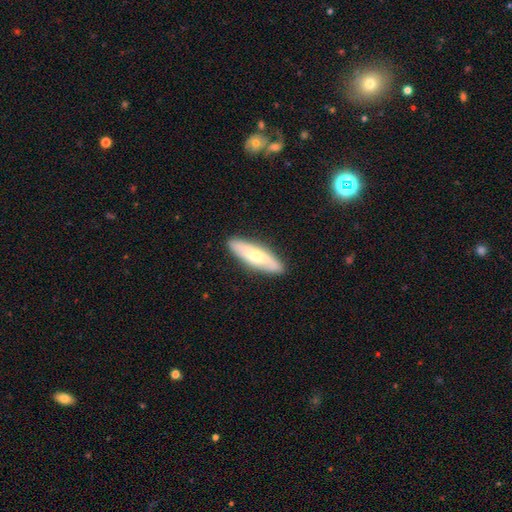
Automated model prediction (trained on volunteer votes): Overall: smooth (52%; featured or disk 42%). How rounded: cigar-shaped (56%; in between 42%). Merging: none (86%).